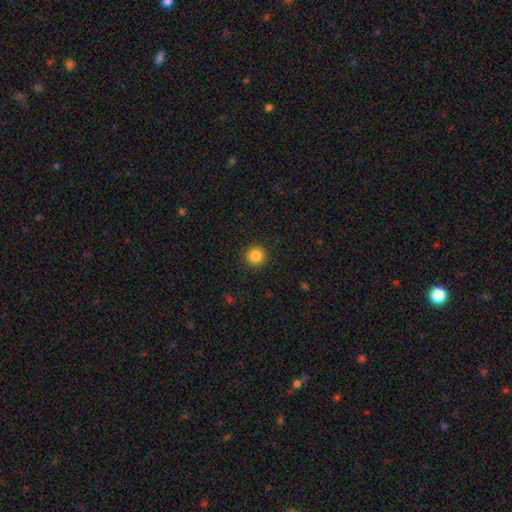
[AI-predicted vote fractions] smooth 85%, star or artifact 11%, featured or disk 5%. Down the decision tree: how rounded — round (95%); merging — none (92%).